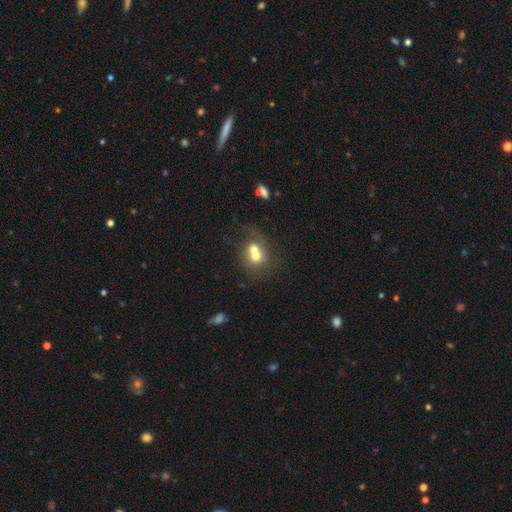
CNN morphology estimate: Smooth or featured?
  - smooth: 63% *
  - featured or disk: 26%
  - star or artifact: 11%
How rounded?
  - round: 67% *
  - in between: 32%
  - cigar-shaped: 1%
Merging?
  - merger: 67% *
  - none: 23%
  - minor disturbance: 6%
  - major disturbance: 4%